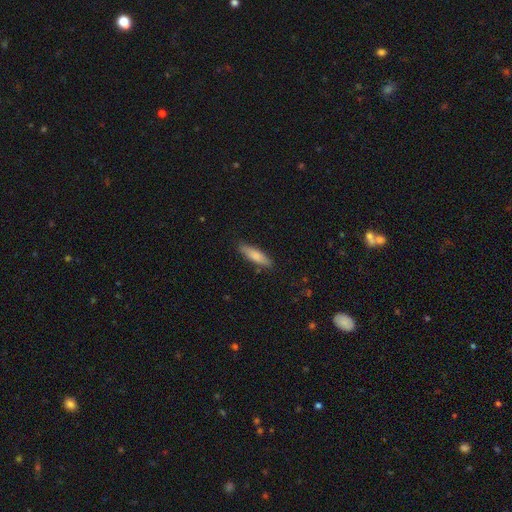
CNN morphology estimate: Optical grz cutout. It shows a smooth galaxy with no disk features (80%) that is cigar-shaped (68%). Merging: none (85%).